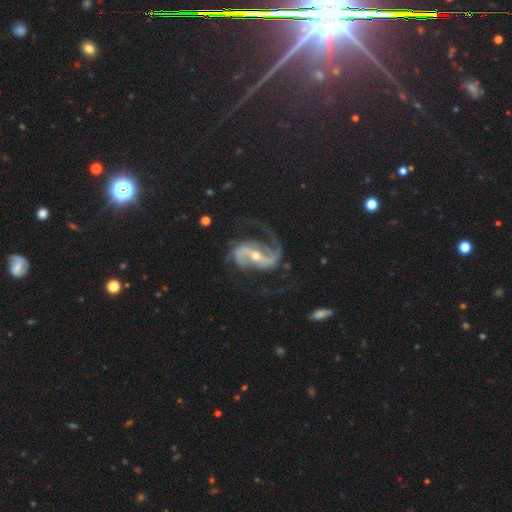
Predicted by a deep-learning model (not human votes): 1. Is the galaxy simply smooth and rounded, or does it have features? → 92% featured or disk, 5% star or artifact, 4% smooth.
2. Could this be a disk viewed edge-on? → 97% no, 3% yes.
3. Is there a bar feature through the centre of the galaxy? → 54% strong, 32% weak, 14% no.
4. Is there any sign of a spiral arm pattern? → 98% yes, 2% no.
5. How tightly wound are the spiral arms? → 50% medium, 37% loose, 14% tight.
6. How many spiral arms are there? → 86% 2, 6% 1, 3% 3, 3% can't tell, 1% 4, 1% more than 4.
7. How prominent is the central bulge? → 48% small (tied), 48% moderate (tied), 2% large, 1% none, 1% dominant.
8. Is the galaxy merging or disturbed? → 63% none, 18% major disturbance, 16% minor disturbance, 2% merger.